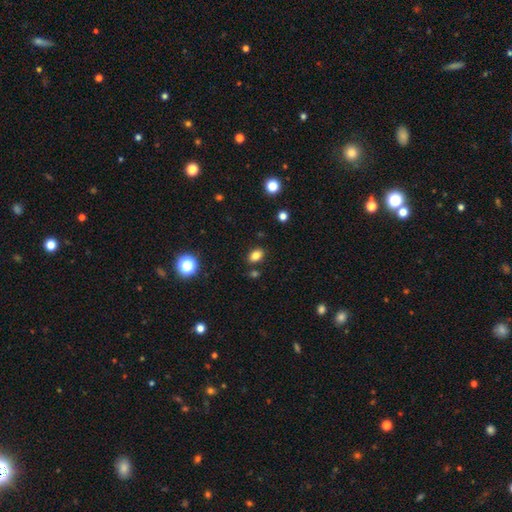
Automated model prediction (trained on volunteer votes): Q: Smooth or featured?
A: smooth (82%); runner-up: star or artifact (12%)
Q: How rounded?
A: in between (76%); runner-up: round (23%)
Q: Merging?
A: none (83%); runner-up: minor disturbance (10%)